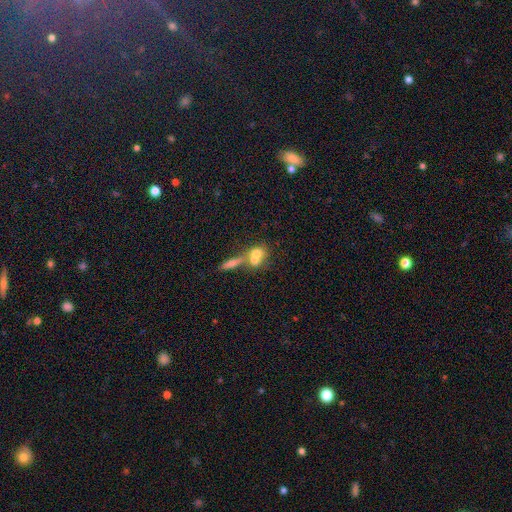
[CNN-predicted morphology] A smooth galaxy with no disk features (65%) that is in between round and cigar-shaped (51%). Merging: merger (63%).